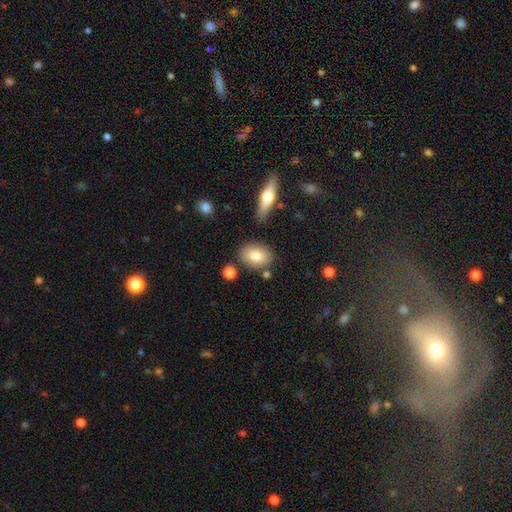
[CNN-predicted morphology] This is likely a smooth galaxy (80%). How rounded: likely in between (75%). Merging: likely none (80%).